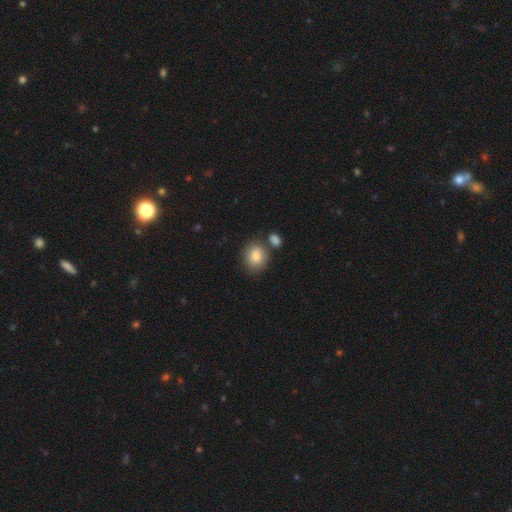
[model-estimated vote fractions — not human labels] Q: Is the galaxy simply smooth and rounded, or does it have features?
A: smooth — 84%.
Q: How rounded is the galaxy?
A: round — 66%.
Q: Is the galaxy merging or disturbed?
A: none — 69%.